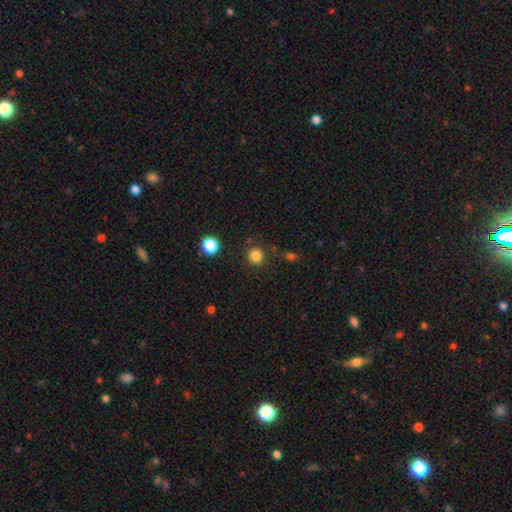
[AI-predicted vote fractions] Q: Smooth or featured?
A: smooth (83%); runner-up: star or artifact (13%)
Q: How rounded?
A: round (92%); runner-up: in between (7%)
Q: Merging?
A: none (85%); runner-up: minor disturbance (8%)